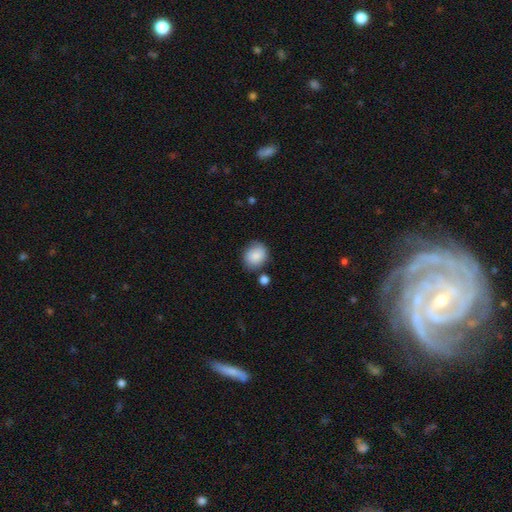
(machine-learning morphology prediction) smooth_or_featured: smooth (p=0.86) [alt: star or artifact p=0.08]
how_rounded: round (p=0.66) [alt: in between p=0.33]
merging: none (p=0.73) [alt: minor disturbance p=0.16]